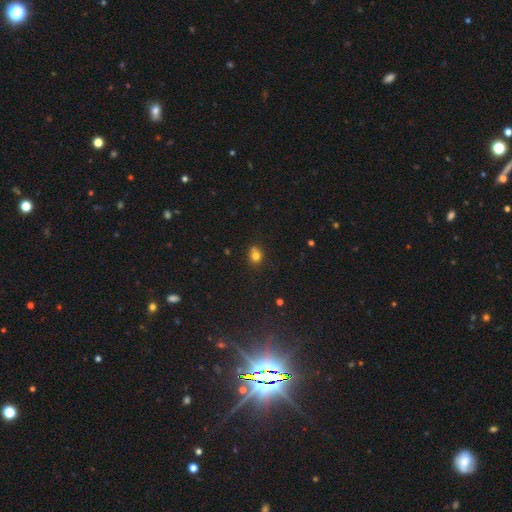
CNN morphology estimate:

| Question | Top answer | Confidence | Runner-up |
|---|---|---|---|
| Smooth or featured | smooth | 77% | star or artifact (14%) |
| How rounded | round | 55% | in between (43%) |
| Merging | none | 62% | minor disturbance (24%) |